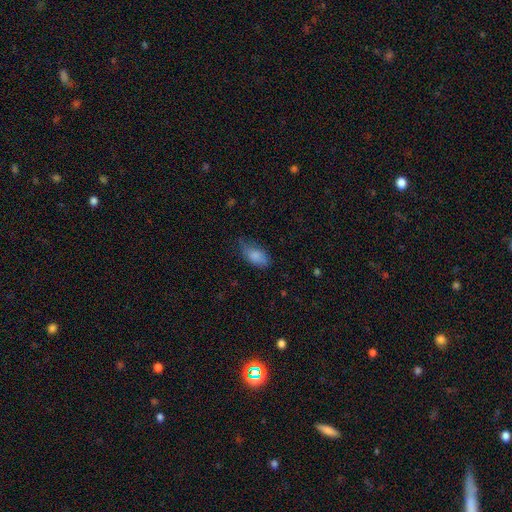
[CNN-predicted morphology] A smooth galaxy with no disk features (84%) that is in between round and cigar-shaped (92%).

Vote fractions:
- Smooth or featured? smooth: 84% / featured or disk: 9% / star or artifact: 7%
- How rounded? in between: 92% / round: 4% / cigar-shaped: 4%
- Merging? none: 53% / minor disturbance: 35% / major disturbance: 10% / merger: 2%